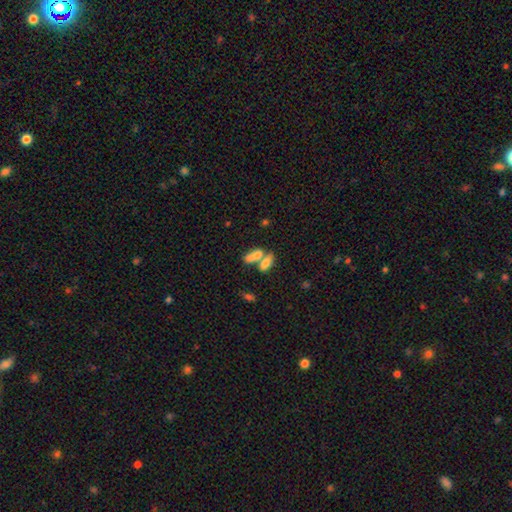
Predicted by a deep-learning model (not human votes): The model was most divided on "merging": merger: 59%, none: 30%, minor disturbance: 8%, major disturbance: 4%. More confident: how rounded — in between (76%); smooth or featured — smooth (74%).